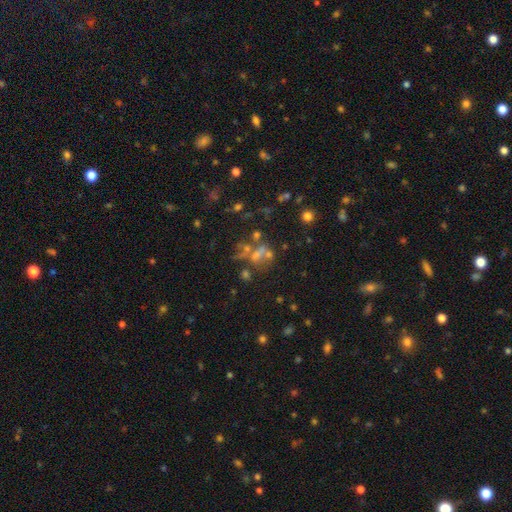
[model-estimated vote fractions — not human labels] Smooth or featured? star or artifact (42%)